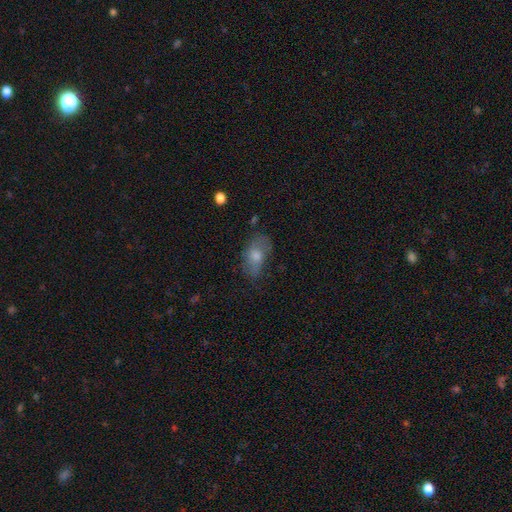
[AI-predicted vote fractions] smooth 63%, featured or disk 28%, star or artifact 9%. Down the decision tree: how rounded — in between (87%); merging — none (57%).